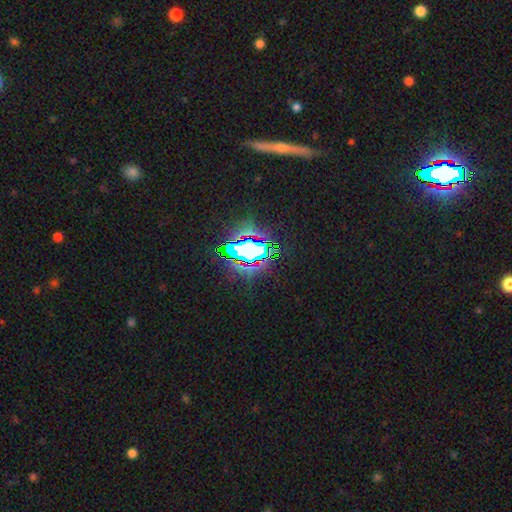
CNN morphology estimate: The model was most divided on "smooth or featured": star or artifact: 69%, smooth: 19%, featured or disk: 13%.